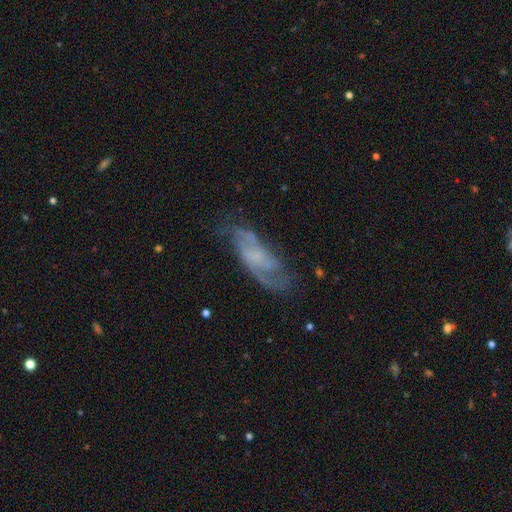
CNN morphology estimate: Overall: featured or disk (73%). Edge-on disk: no (90%). Bar: no (52%; weak 36%). Spiral arms: yes (86%). Spiral arm count: 2 (64%). Spiral winding: medium (44%; loose 31%). Bulge size: none (58%; small 26%). Merging: none (60%; minor disturbance 23%).